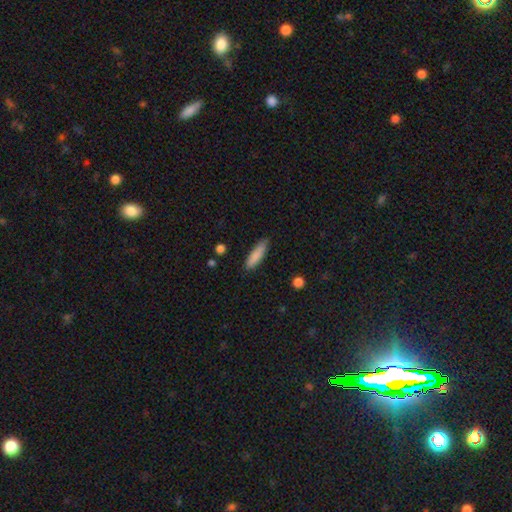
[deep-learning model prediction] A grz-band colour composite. It shows a smooth galaxy with no disk features (85%) that is cigar-shaped (70%). Merging: none (84%).